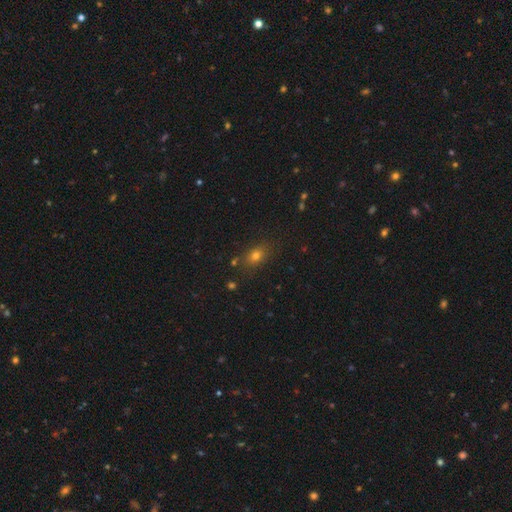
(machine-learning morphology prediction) A smooth galaxy with no disk features (69%) that is in between round and cigar-shaped (61%). Merging: none (80%).